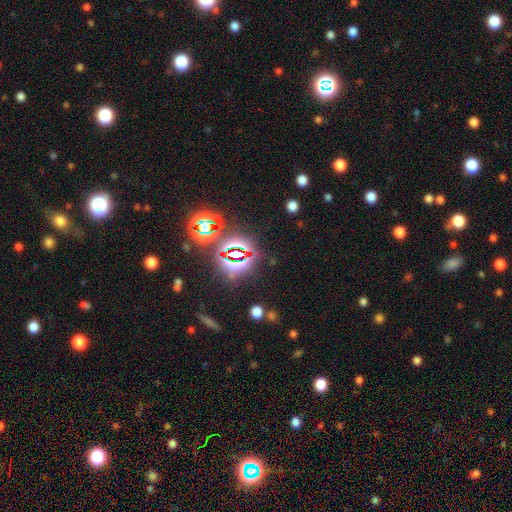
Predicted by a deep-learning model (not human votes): smooth-or-featured: star or artifact: 80% | smooth: 12% | featured or disk: 8%